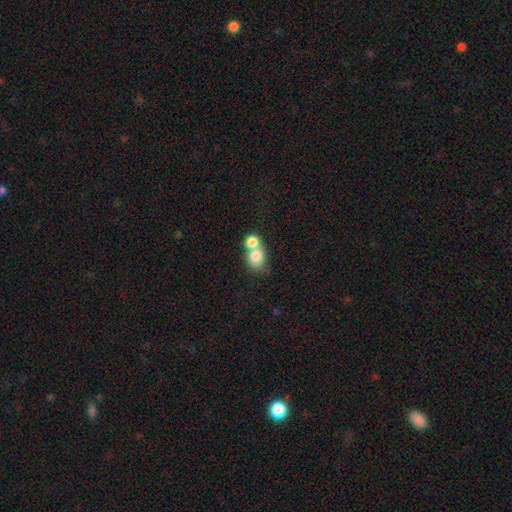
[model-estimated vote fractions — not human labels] Overall: smooth (78%). How rounded: round (57%; in between 42%). Merging: merger (68%).